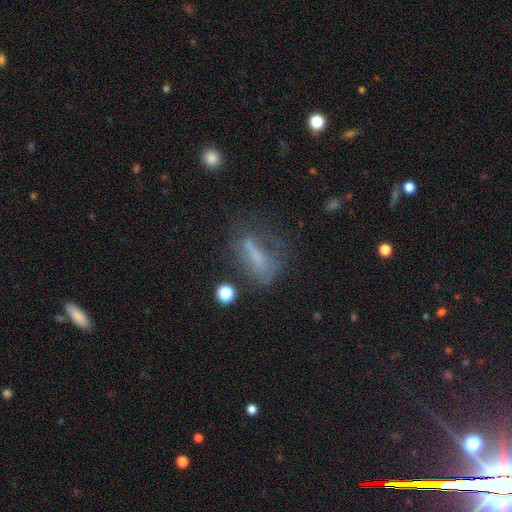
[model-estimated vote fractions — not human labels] smooth-or-featured: smooth: 47% | featured or disk: 35% | star or artifact: 18%
  merging: none: 44% | major disturbance: 28% | minor disturbance: 22% | merger: 6%